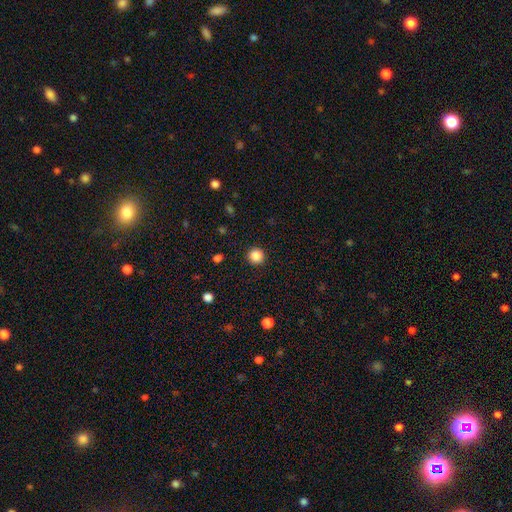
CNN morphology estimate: Smooth or featured? smooth (86%)
How rounded? round (95%)
Merging? none (92%)